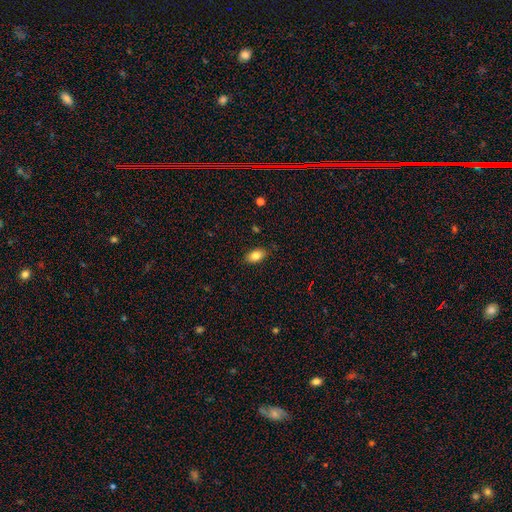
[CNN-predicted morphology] This appears to be a smooth galaxy with no disk features (82%) that is in between round and cigar-shaped (90%). Merging: none (86%).